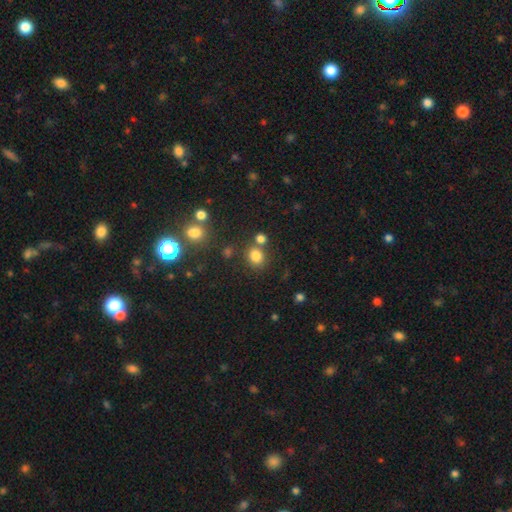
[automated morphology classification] Smooth or featured?
  - smooth: 79% *
  - star or artifact: 15%
  - featured or disk: 6%
How rounded?
  - round: 64% *
  - in between: 35%
  - cigar-shaped: 1%
Merging?
  - none: 69% *
  - merger: 16%
  - minor disturbance: 11%
  - major disturbance: 4%